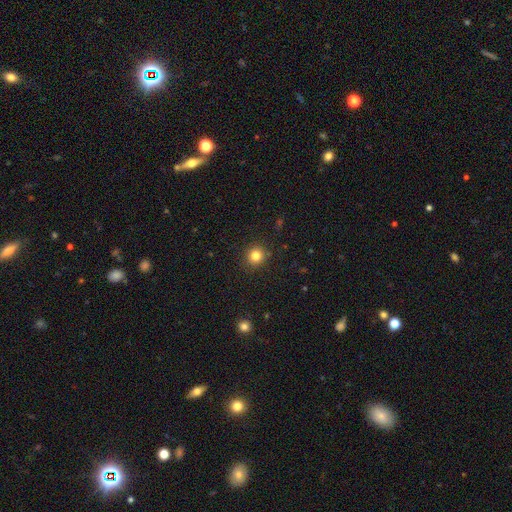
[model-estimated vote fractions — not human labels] smooth-or-featured: smooth: 82% | star or artifact: 12% | featured or disk: 6%
  how-rounded: round: 89% | in between: 10% | cigar-shaped: 1%
  merging: none: 90% | minor disturbance: 7% | major disturbance: 2% | merger: 1%